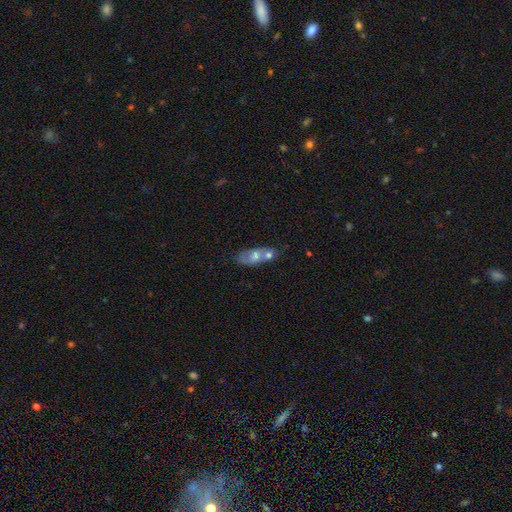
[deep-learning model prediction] The model was most divided on "merging": none: 40%, merger: 39%, minor disturbance: 15%, major disturbance: 6%. More confident: how rounded — in between (68%); smooth or featured — smooth (54%).